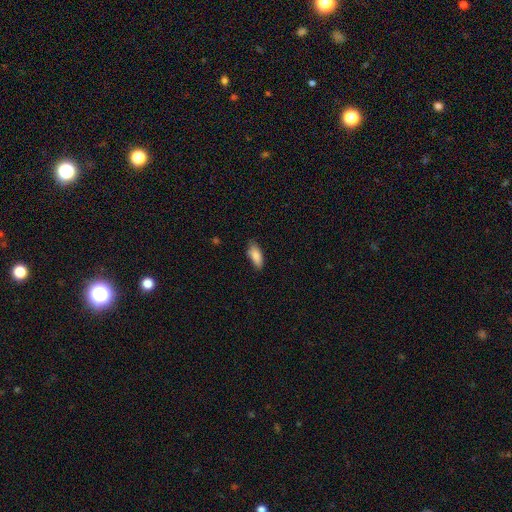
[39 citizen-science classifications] Smooth or featured: smooth — 87% (featured or disk — 8%)
How rounded: in between — 68% (cigar-shaped — 32%)
Merging: none — 68% (minor disturbance — 24%)